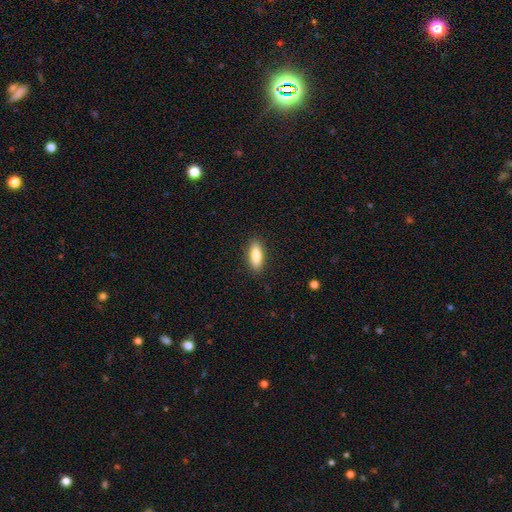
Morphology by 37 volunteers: smooth_or_featured: smooth (p=0.84) [alt: featured or disk p=0.11]
how_rounded: in between (p=0.68) [alt: cigar-shaped p=0.29]
merging: none (p=0.94) [alt: minor disturbance p=0.06]